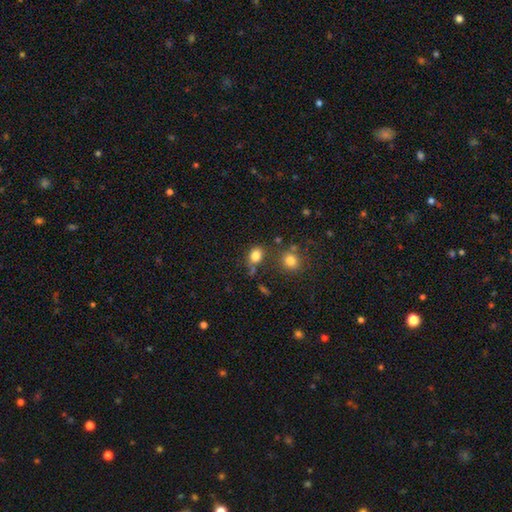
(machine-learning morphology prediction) Smooth or featured? Predicted: smooth (p=0.82). How rounded? Predicted: in between (p=0.53). Merging? Predicted: none (p=0.66).